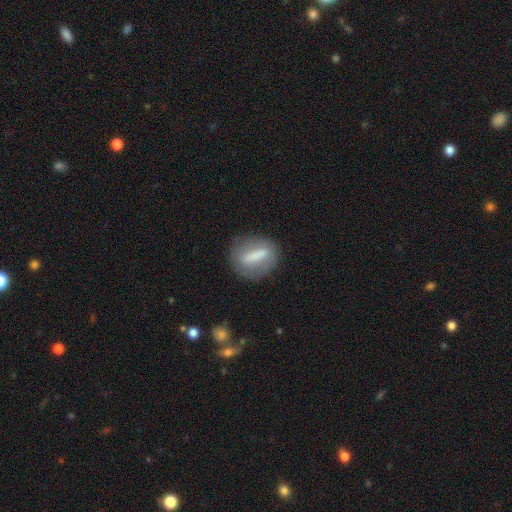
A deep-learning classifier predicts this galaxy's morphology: Smooth or featured? Predicted: smooth (p=0.53). How rounded? Predicted: in between (p=0.43). Merging? Predicted: none (p=0.76).